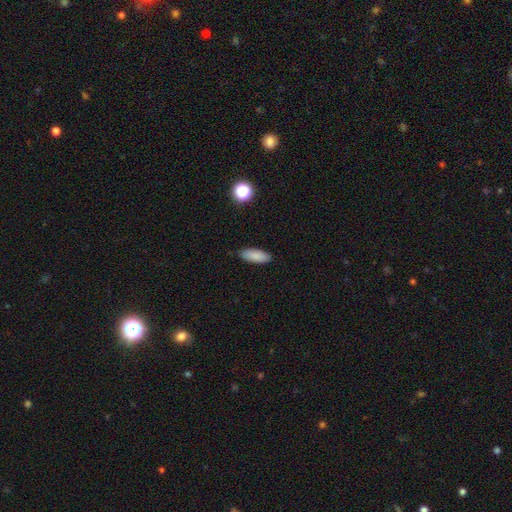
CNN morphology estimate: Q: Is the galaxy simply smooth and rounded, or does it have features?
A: smooth — 86%.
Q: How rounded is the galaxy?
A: in between — 72%.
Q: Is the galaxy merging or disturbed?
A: none — 88%.